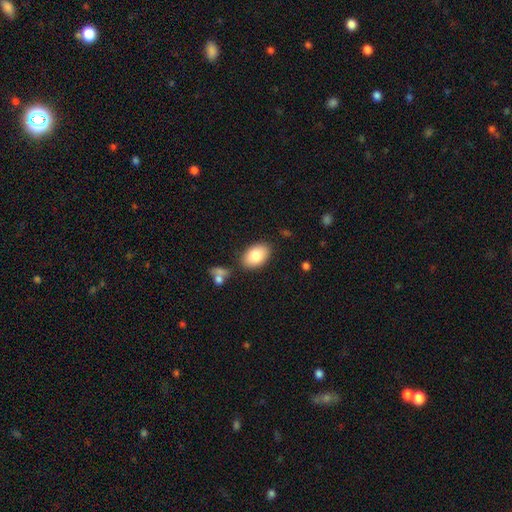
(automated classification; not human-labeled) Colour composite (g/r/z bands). It shows a smooth galaxy with no disk features (82%) that is in between round and cigar-shaped (91%). Merging: none (81%).